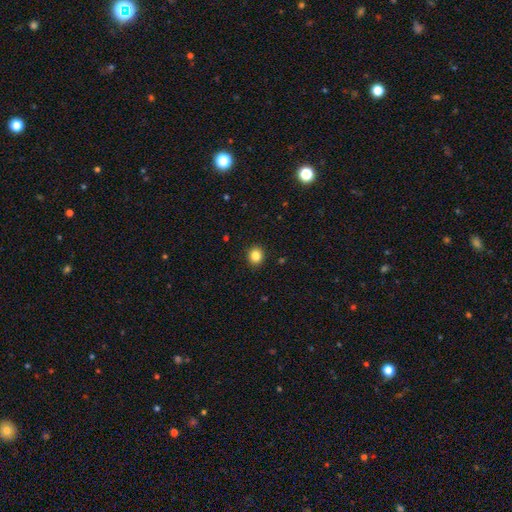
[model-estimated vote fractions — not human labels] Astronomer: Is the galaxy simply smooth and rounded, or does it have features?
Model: smooth — 84%.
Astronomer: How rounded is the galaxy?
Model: round — 81%.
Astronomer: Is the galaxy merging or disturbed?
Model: none — 91%.